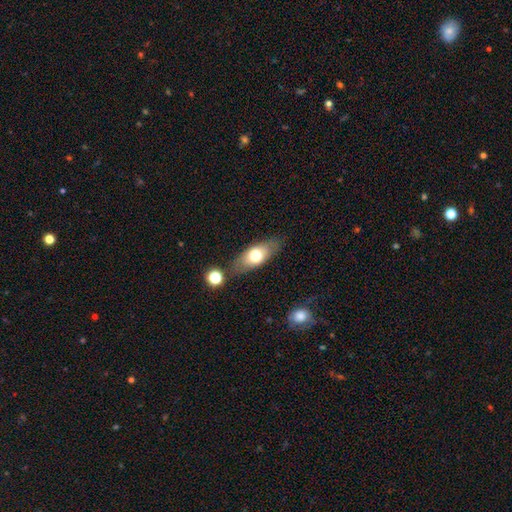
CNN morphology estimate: Overall: smooth (66%; featured or disk 27%). How rounded: in between (79%). Merging: none (76%).